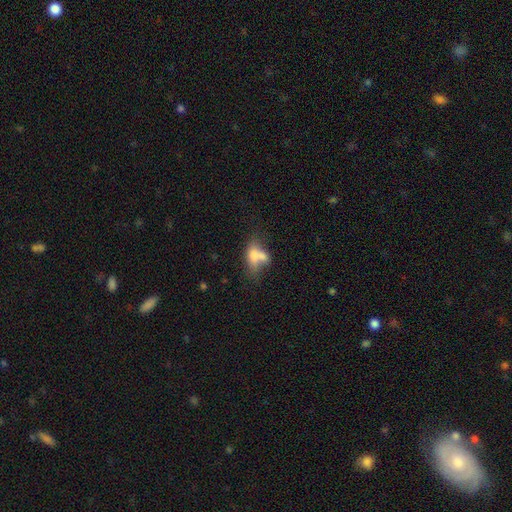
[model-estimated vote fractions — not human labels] The model was most divided on "merging": merger: 60%, none: 20%, minor disturbance: 10%, major disturbance: 10%. More confident: how rounded — in between (78%); smooth or featured — smooth (66%).